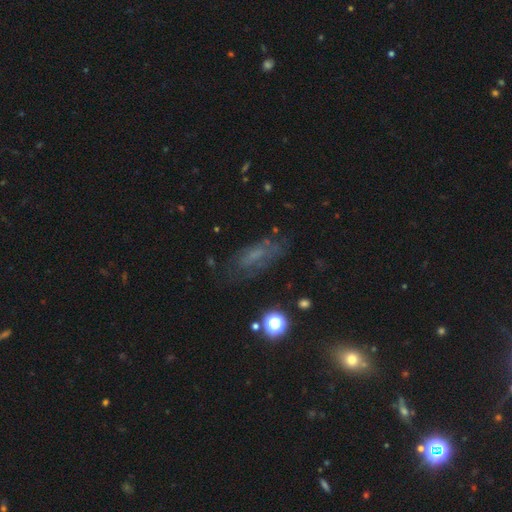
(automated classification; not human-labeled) This is marginally a smooth galaxy (40%). Merging: likely none (64%).